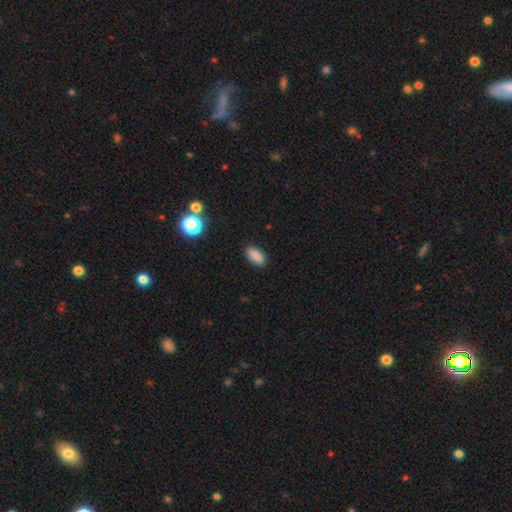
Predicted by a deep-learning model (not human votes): Morphology: type=smooth (86%); roundness=in between (90%); merging=none (88%).